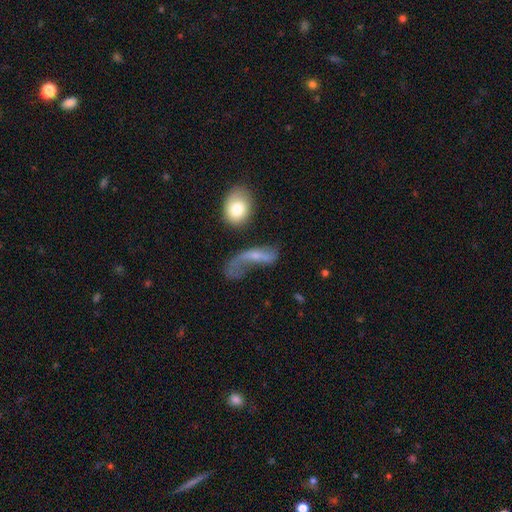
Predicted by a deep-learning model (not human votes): Smooth or featured? Predicted: featured or disk (p=0.45). Merging? Predicted: major disturbance (p=0.48).